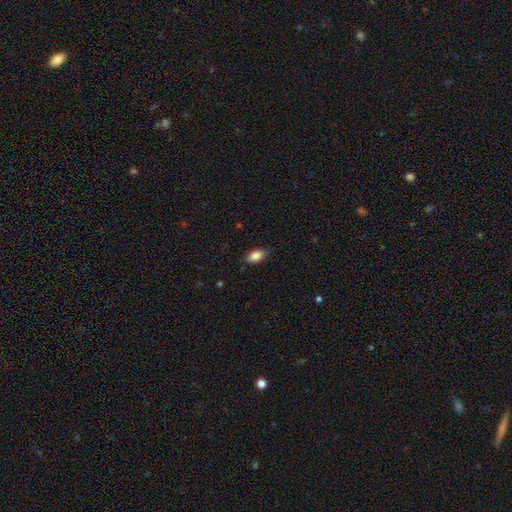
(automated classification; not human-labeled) A smooth galaxy with no disk features (86%) that is in between round and cigar-shaped (91%). Merging: none (84%).